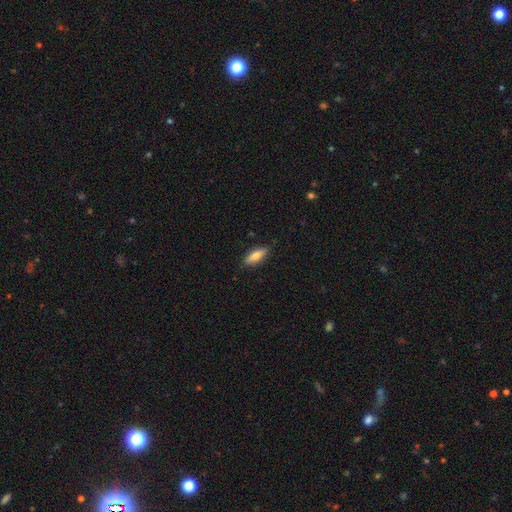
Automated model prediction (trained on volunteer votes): Smooth or featured? smooth (67%)
How rounded? in between (59%)
Merging? none (86%)